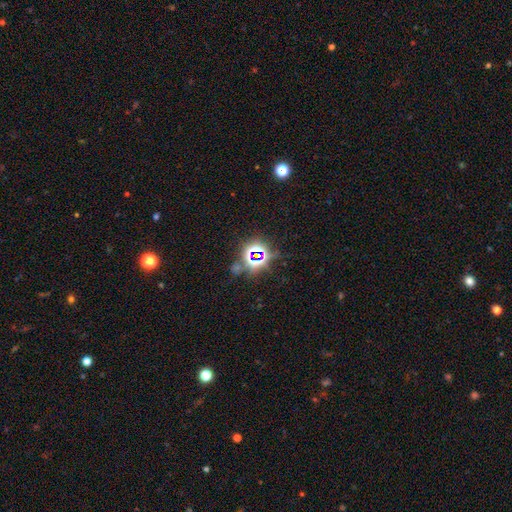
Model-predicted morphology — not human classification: Overall: star or artifact (74%).